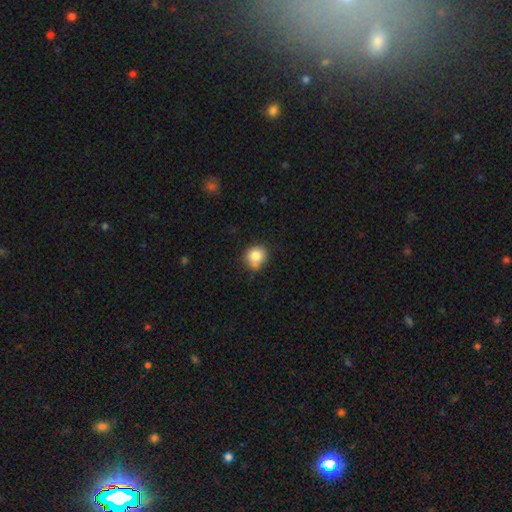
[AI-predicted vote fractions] This is clearly a smooth galaxy (82%). How rounded: clearly round (80%). Merging: likely none (64%).